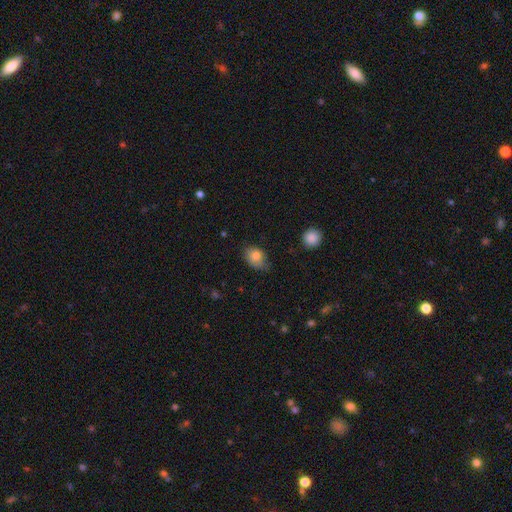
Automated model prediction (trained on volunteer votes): Smooth or featured?
  - smooth: 81% *
  - featured or disk: 10%
  - star or artifact: 9%
How rounded?
  - in between: 70% *
  - round: 29%
  - cigar-shaped: 1%
Merging?
  - none: 58% *
  - minor disturbance: 34%
  - major disturbance: 7%
  - merger: 2%